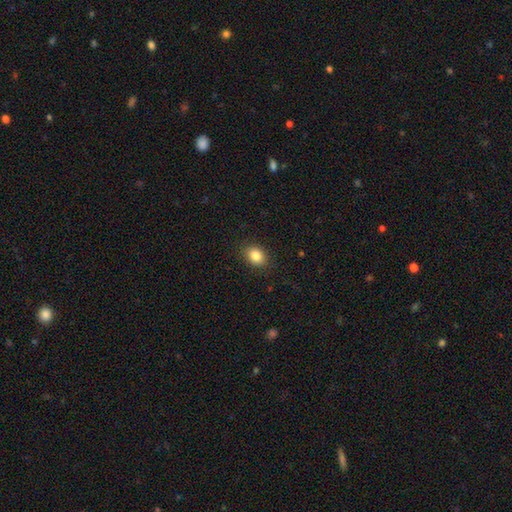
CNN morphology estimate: Smooth or featured: smooth — 85% (star or artifact — 9%)
How rounded: in between — 66% (round — 33%)
Merging: none — 89% (minor disturbance — 8%)